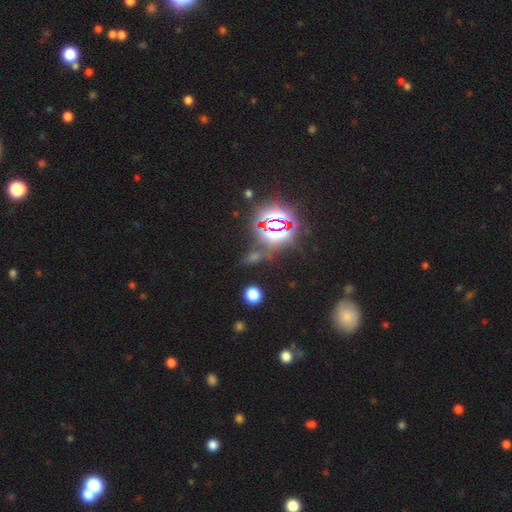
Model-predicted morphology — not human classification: Smooth or featured?
  - star or artifact: 73% *
  - smooth: 18%
  - featured or disk: 9%